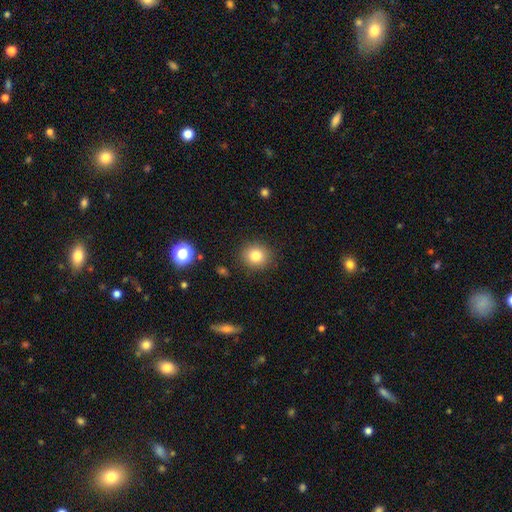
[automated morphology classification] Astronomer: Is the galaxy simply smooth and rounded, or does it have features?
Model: smooth — 81%.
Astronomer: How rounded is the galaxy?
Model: round — 86%.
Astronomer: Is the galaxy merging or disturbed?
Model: none — 89%.